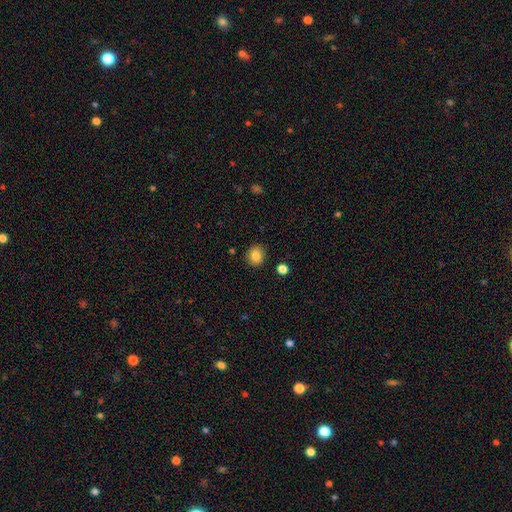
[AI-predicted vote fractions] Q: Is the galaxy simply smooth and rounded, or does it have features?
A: smooth — 85%.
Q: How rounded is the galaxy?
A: round — 76%.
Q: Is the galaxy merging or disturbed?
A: none — 88%.